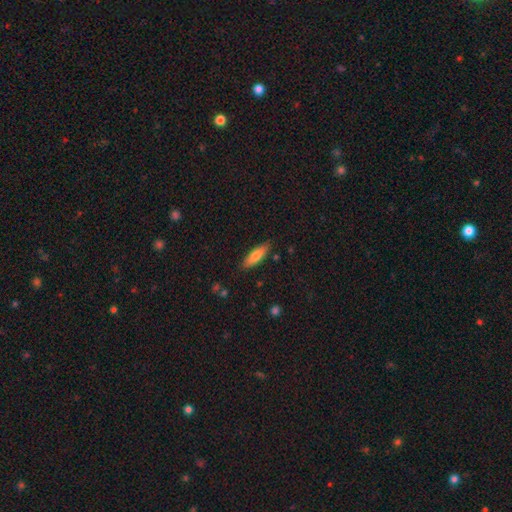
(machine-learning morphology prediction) type=smooth (76%); roundness=cigar-shaped (50%); merging=none (85%).